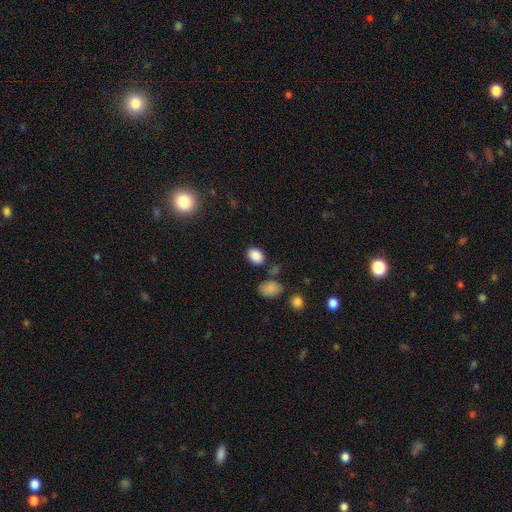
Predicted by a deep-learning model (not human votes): smooth 87%, star or artifact 9%, featured or disk 4%. Down the decision tree: how rounded — in between (76%); merging — none (79%).